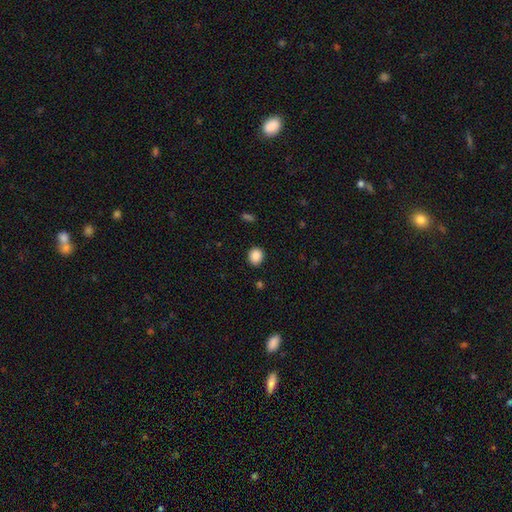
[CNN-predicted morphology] This appears to be a smooth galaxy with no disk features (88%) that is round (72%). Merging: none (90%).